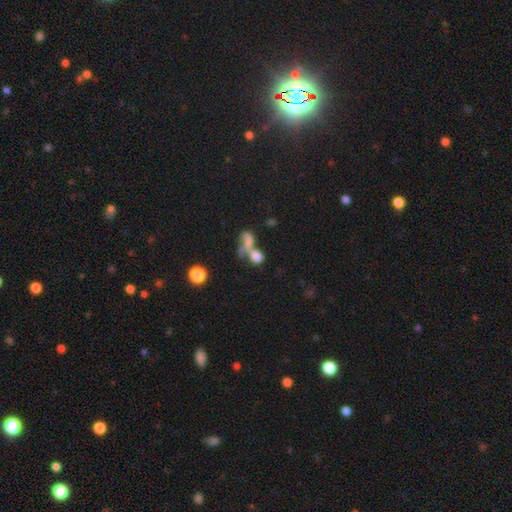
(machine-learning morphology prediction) This is likely a smooth galaxy (65%). How rounded: possibly in between (49%). Merging: likely merger (62%).